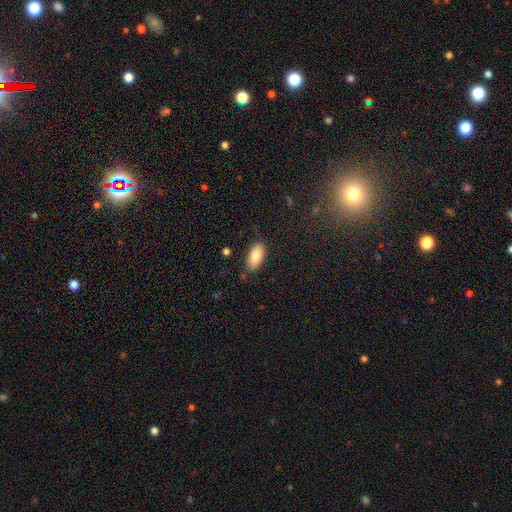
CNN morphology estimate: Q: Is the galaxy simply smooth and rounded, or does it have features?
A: smooth — 84%.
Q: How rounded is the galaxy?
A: in between — 91%.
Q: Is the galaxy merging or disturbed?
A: none — 80%.